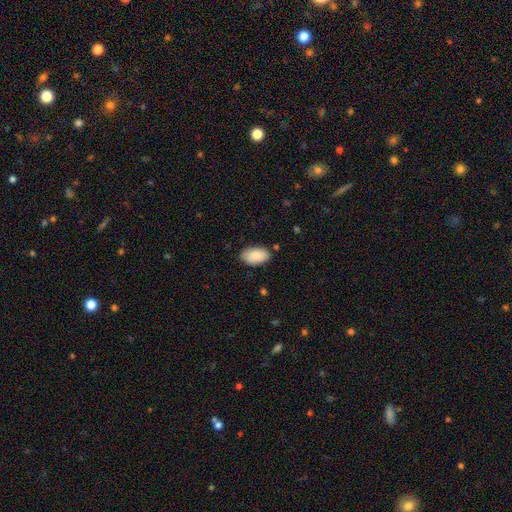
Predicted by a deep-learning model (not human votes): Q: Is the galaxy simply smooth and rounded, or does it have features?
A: smooth — 87%.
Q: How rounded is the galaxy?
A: in between — 95%.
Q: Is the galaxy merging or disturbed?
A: none — 81%.